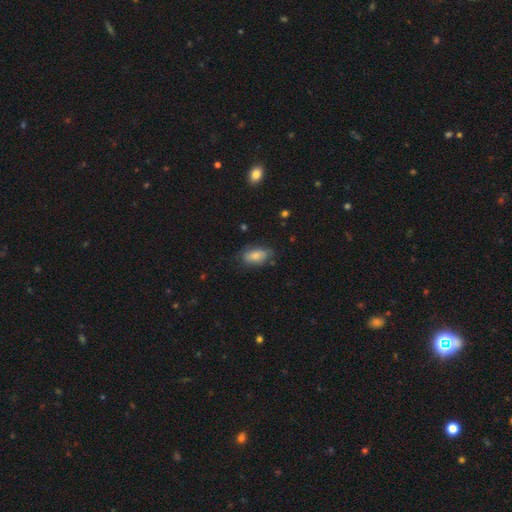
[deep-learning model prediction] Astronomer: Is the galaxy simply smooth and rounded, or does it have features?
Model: smooth — 81%.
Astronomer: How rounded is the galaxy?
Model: in between — 89%.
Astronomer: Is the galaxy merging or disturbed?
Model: none — 69%.